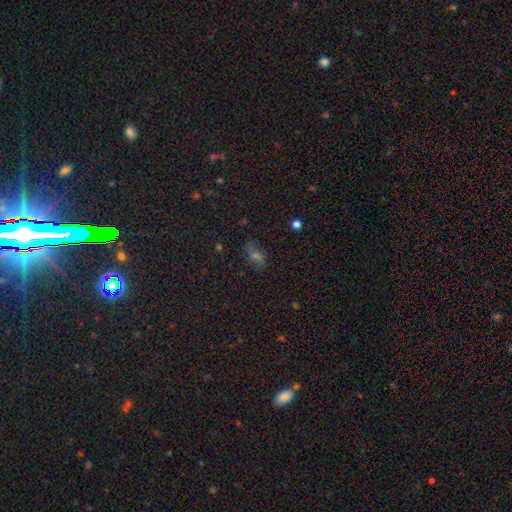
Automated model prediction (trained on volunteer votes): Smooth or featured? smooth (48%)
Merging? none (69%)